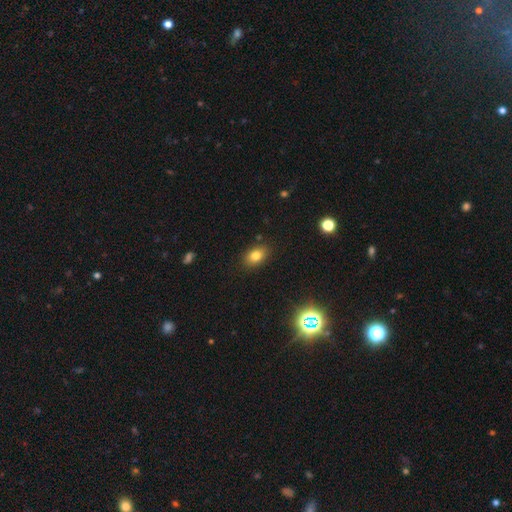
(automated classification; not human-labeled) Smooth or featured? smooth (79%)
How rounded? in between (80%)
Merging? none (87%)